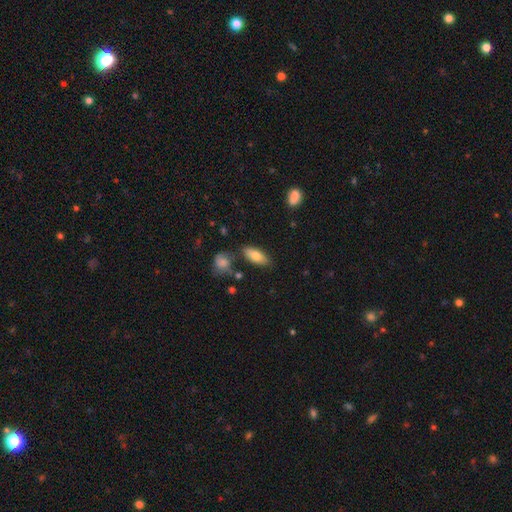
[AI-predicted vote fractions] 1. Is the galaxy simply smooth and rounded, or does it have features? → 78% smooth, 15% featured or disk, 7% star or artifact.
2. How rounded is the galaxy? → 82% in between, 16% cigar-shaped, 3% round.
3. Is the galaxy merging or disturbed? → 76% none, 15% minor disturbance, 5% merger, 4% major disturbance.